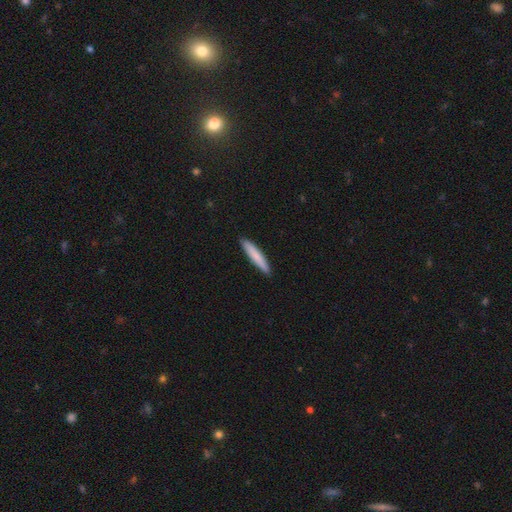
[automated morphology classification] smooth_or_featured: smooth (p=0.81) [alt: featured or disk p=0.14]
how_rounded: cigar-shaped (p=0.93) [alt: in between p=0.06]
merging: none (p=0.91) [alt: minor disturbance p=0.06]